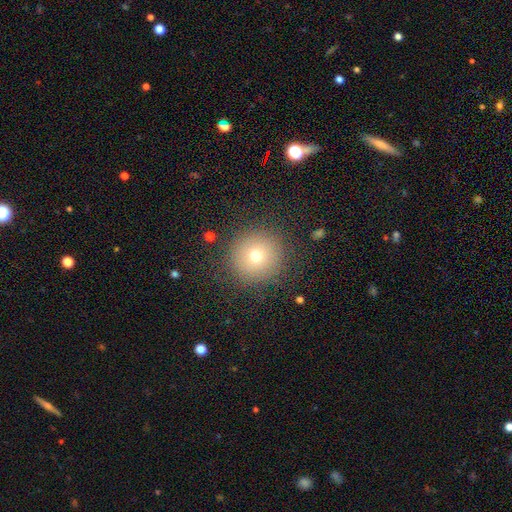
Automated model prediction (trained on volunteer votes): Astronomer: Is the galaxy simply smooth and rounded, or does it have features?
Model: smooth — 72%.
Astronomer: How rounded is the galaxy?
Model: round — 95%.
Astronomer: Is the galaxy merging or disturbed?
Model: none — 88%.